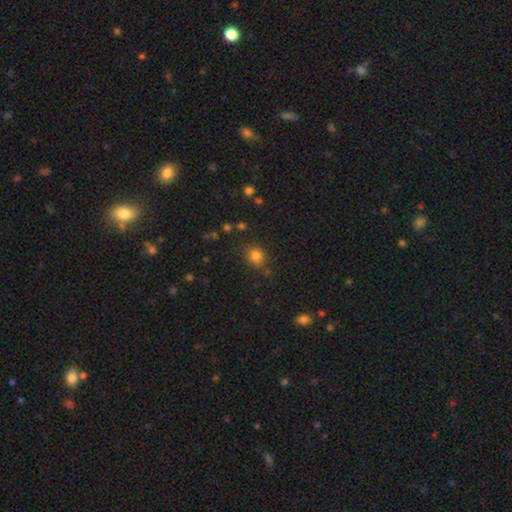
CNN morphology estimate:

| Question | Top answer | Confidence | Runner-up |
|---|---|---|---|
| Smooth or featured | smooth | 78% | star or artifact (15%) |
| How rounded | round | 64% | in between (34%) |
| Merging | none | 70% | minor disturbance (18%) |